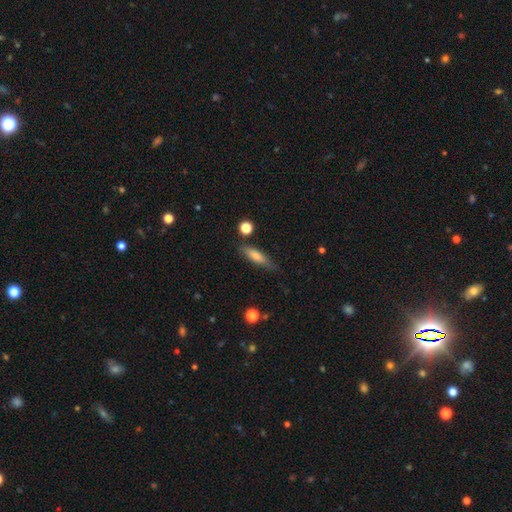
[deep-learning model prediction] Smooth or featured? smooth (66%)
How rounded? cigar-shaped (64%)
Merging? none (76%)